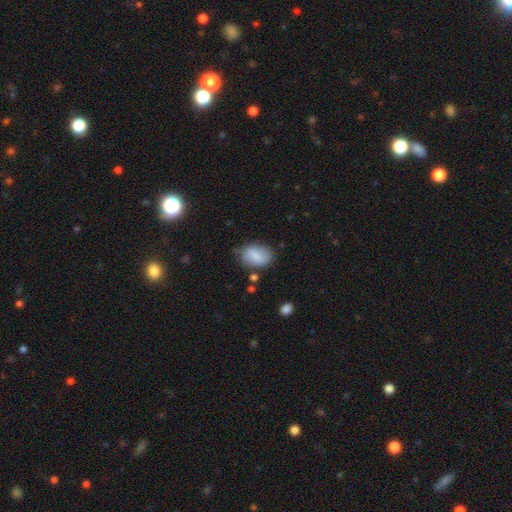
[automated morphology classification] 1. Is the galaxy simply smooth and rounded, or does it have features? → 73% smooth, 19% featured or disk, 8% star or artifact.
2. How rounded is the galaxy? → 79% in between, 20% round, 1% cigar-shaped.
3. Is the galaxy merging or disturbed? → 71% none, 21% minor disturbance, 5% major disturbance, 3% merger.